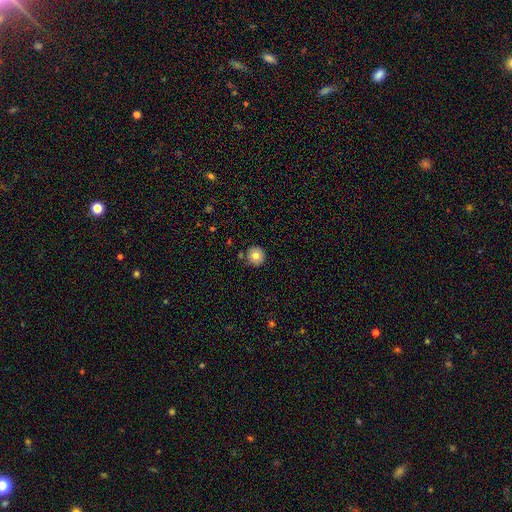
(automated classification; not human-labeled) A smooth galaxy with no disk features (81%) that is round (95%). Merging: none (85%).